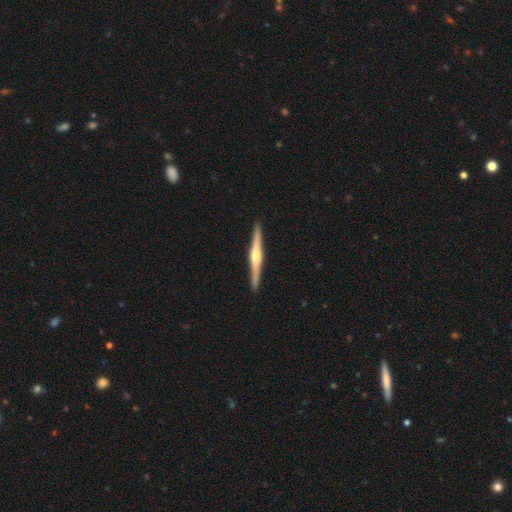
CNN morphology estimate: Smooth or featured? Predicted: featured or disk (p=0.76). Edge-on disk? Predicted: yes (p=0.98). Edge-on bulge? Predicted: rounded (p=0.80). Merging? Predicted: none (p=0.93).